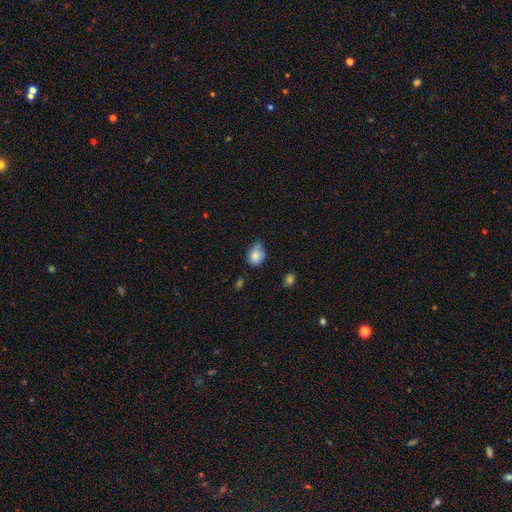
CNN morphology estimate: This appears to be a smooth galaxy with no disk features (82%) that is round (50%). Merging: none (49%).